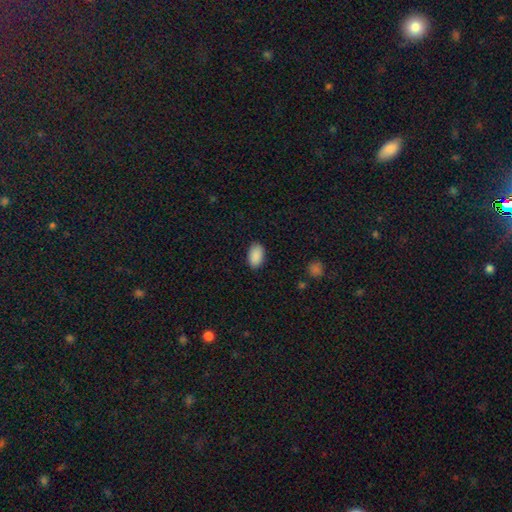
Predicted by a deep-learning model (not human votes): This appears to be a smooth galaxy with no disk features (90%) that is in between round and cigar-shaped (93%). Merging: none (89%).